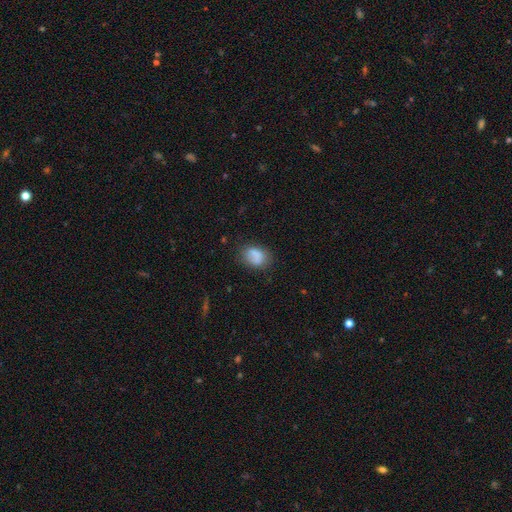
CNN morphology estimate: Smooth or featured?
  - smooth: 77% *
  - featured or disk: 13%
  - star or artifact: 9%
How rounded?
  - in between: 68% *
  - round: 30%
  - cigar-shaped: 2%
Merging?
  - none: 61% *
  - minor disturbance: 23%
  - major disturbance: 8%
  - merger: 8%